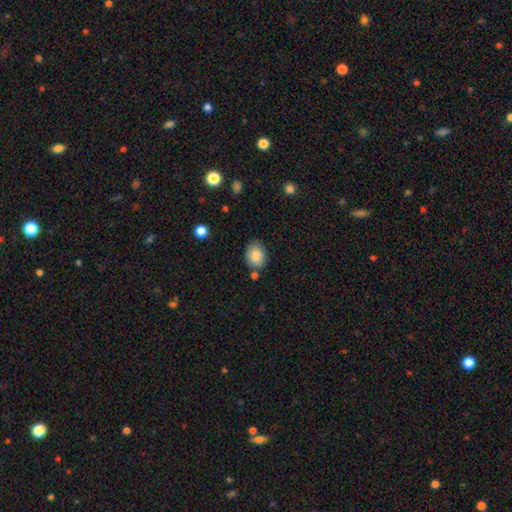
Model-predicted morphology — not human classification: type=smooth (84%); roundness=in between (58%); merging=none (78%).